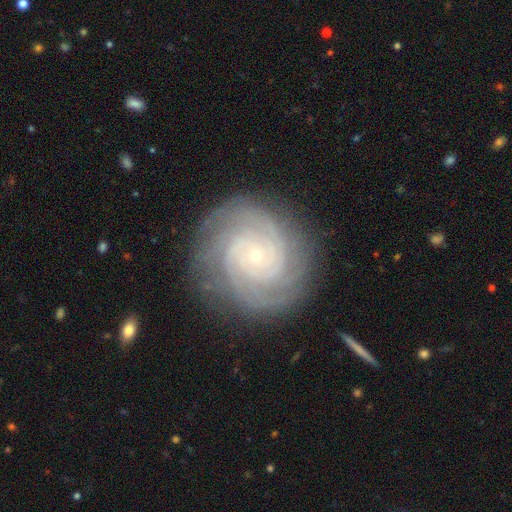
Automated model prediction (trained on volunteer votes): The model was most divided on "spiral arm count": 3: 24%, 2: 22%, 4: 19%, can't tell: 18%, more than 4: 10%, 1: 8%. More confident: spiral arms — yes (98%); edge-on disk — no (98%); smooth or featured — featured or disk (89%); bulge size — small (86%); merging — none (84%); spiral winding — tight (82%); bar — no (80%).